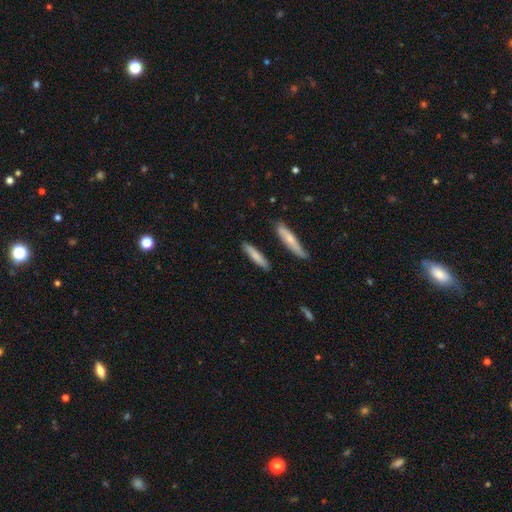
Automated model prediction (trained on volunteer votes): Smooth or featured: smooth — 74% (featured or disk — 20%)
How rounded: cigar-shaped — 83% (in between — 15%)
Merging: none — 84% (minor disturbance — 10%)